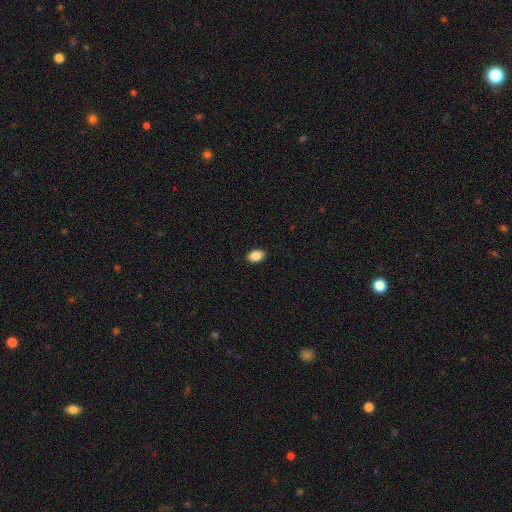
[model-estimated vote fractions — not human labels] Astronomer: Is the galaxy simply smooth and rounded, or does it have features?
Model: smooth — 86%.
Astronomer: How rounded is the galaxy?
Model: in between — 88%.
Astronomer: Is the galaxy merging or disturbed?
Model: none — 89%.